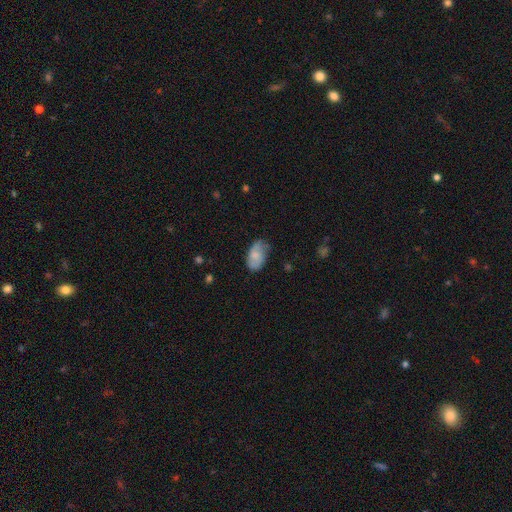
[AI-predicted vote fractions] Smooth or featured? Predicted: smooth (p=0.67). How rounded? Predicted: in between (p=0.92). Merging? Predicted: none (p=0.52).